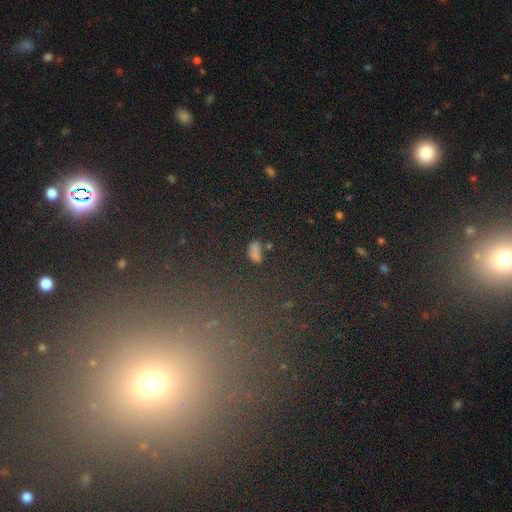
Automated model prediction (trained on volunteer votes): This is possibly a smooth galaxy (51%). How rounded: likely in between (79%). Merging: likely none (73%).